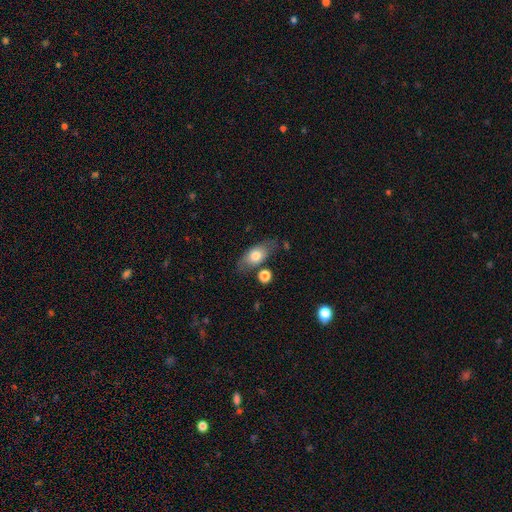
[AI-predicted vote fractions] A smooth galaxy with no disk features (70%) that is in between round and cigar-shaped (82%). Merging: none (70%).